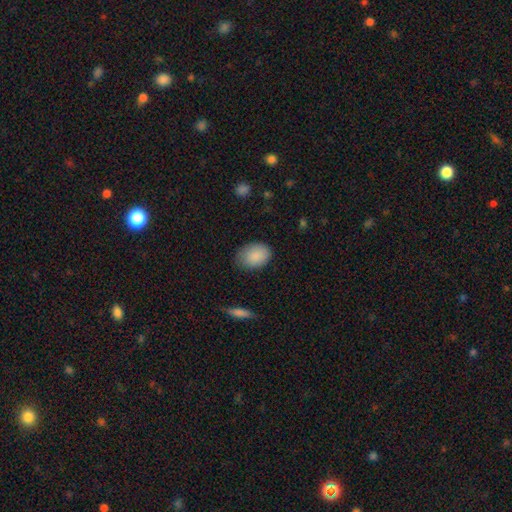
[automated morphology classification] Smooth or featured? Predicted: smooth (p=0.88). How rounded? Predicted: in between (p=0.77). Merging? Predicted: none (p=0.73).